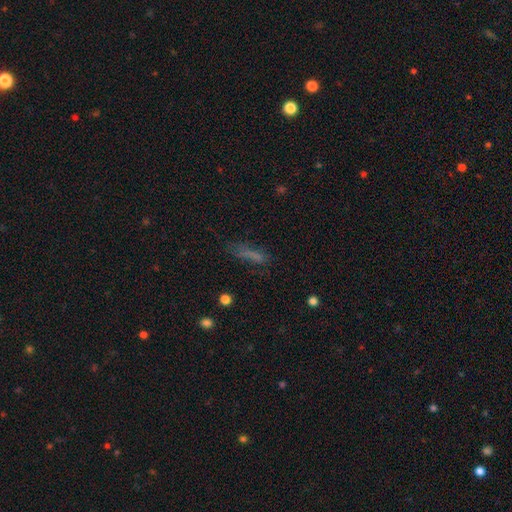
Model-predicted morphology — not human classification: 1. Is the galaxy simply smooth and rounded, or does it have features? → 63% smooth, 18% featured or disk, 18% star or artifact.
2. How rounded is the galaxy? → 72% cigar-shaped, 25% in between, 3% round.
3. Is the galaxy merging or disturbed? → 55% none, 24% minor disturbance, 17% major disturbance, 4% merger.